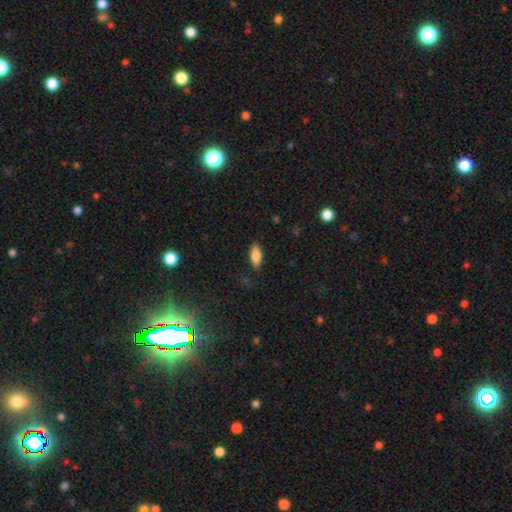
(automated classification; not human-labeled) Morphology: type=smooth (82%); roundness=in between (78%); merging=none (84%).